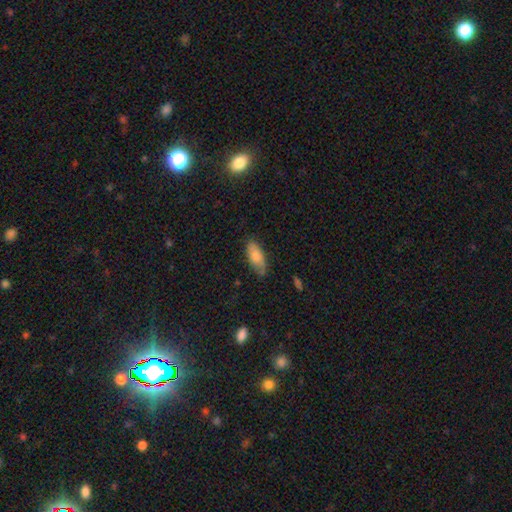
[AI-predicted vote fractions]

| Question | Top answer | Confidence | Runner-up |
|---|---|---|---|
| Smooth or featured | smooth | 79% | featured or disk (14%) |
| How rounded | in between | 82% | cigar-shaped (16%) |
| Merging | none | 69% | minor disturbance (25%) |